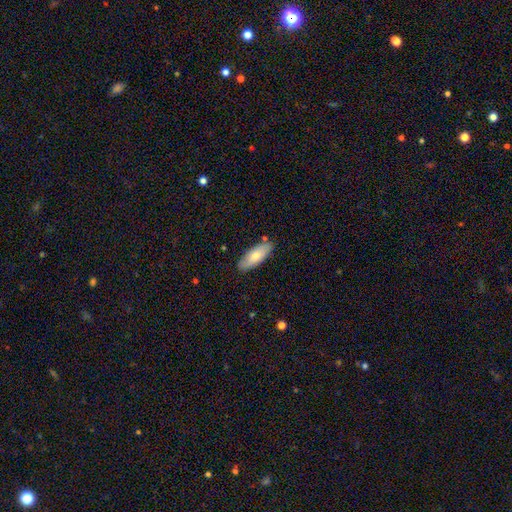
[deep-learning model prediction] smooth_or_featured: smooth (p=0.68) [alt: featured or disk p=0.25]
how_rounded: in between (p=0.74) [alt: cigar-shaped p=0.24]
merging: none (p=0.85) [alt: minor disturbance p=0.11]